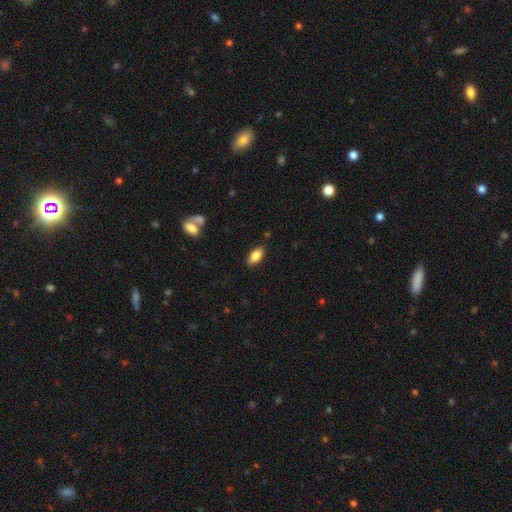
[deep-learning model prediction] Smooth or featured: smooth — 84% (featured or disk — 9%)
How rounded: in between — 89% (cigar-shaped — 8%)
Merging: none — 85% (minor disturbance — 11%)